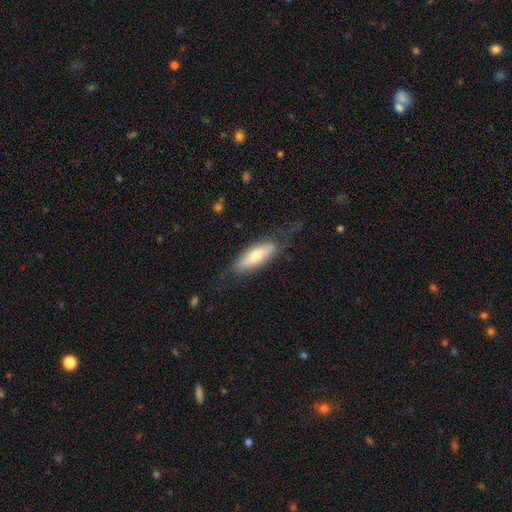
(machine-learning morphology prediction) This is likely a smooth galaxy (62%). How rounded: possibly in between (51%). Merging: likely none (66%).